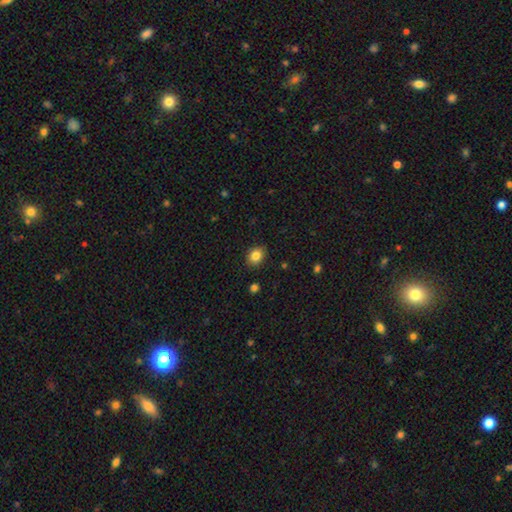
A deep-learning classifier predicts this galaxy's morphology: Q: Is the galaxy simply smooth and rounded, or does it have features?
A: smooth — 84%.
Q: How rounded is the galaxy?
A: in between — 53%.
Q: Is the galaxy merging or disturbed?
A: none — 86%.